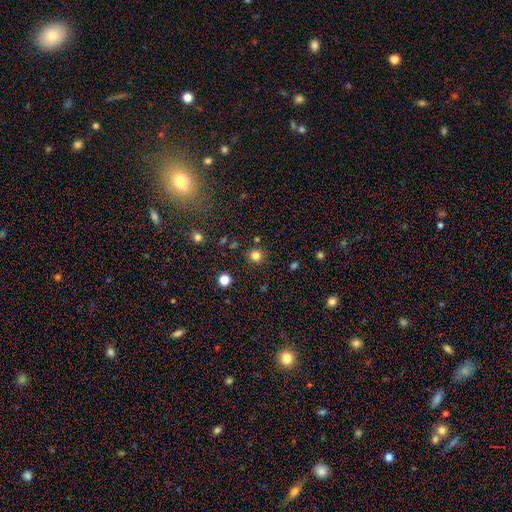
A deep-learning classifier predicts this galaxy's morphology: The model was most divided on "smooth or featured": smooth: 80%, star or artifact: 15%, featured or disk: 5%. More confident: how rounded — round (94%); merging — none (90%).